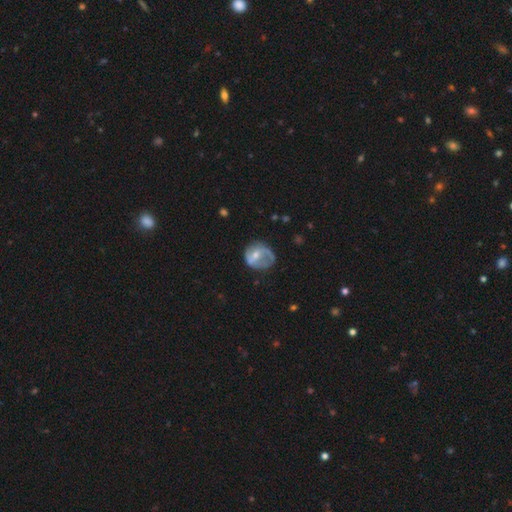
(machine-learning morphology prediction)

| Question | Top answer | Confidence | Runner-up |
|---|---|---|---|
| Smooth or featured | featured or disk | 66% | smooth (27%) |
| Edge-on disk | no | 97% | yes (3%) |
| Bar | weak | 46% | no (31%) |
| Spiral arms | yes | 74% | no (26%) |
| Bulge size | moderate | 49% | small (44%) |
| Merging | none | 55% | minor disturbance (26%) |